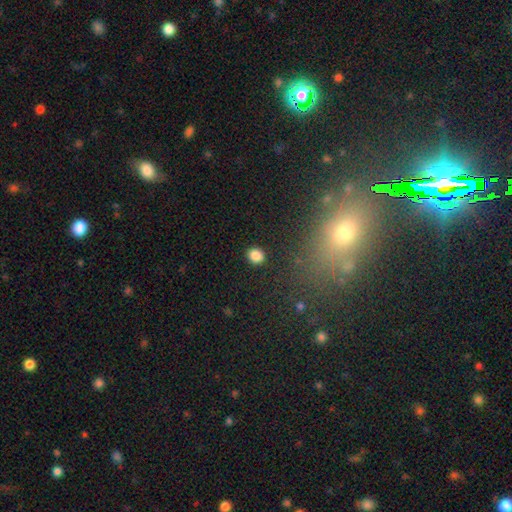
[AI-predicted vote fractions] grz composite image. It shows a smooth galaxy with no disk features (85%) that is round (79%). Merging: none (90%).